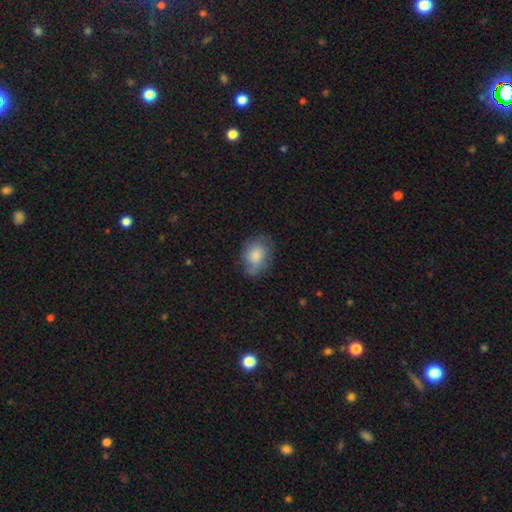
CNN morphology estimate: smooth_or_featured: smooth (p=0.74) [alt: featured or disk p=0.19]
how_rounded: in between (p=0.67) [alt: round p=0.32]
merging: none (p=0.65) [alt: minor disturbance p=0.25]